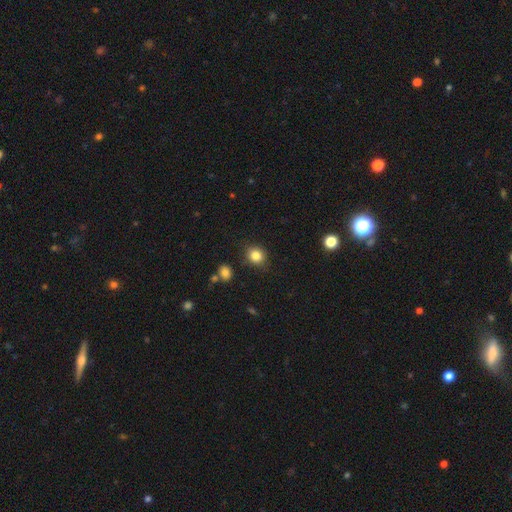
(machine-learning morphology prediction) The model was most divided on "how rounded": round: 78%, in between: 21%, cigar-shaped: 1%. More confident: merging — none (86%); smooth or featured — smooth (83%).